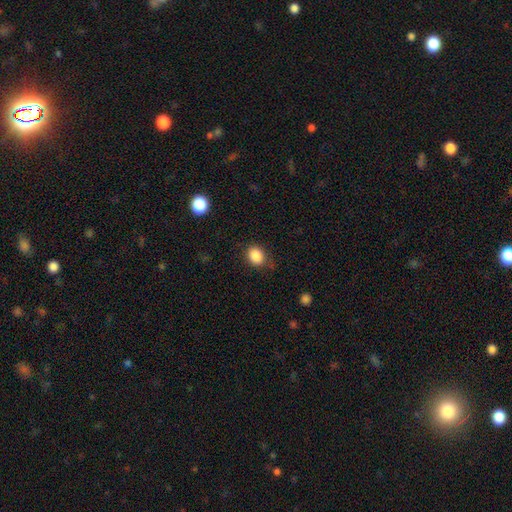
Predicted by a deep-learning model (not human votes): The model was most divided on "how rounded": in between: 55%, round: 44%, cigar-shaped: 1%. More confident: smooth or featured — smooth (87%); merging — none (76%).